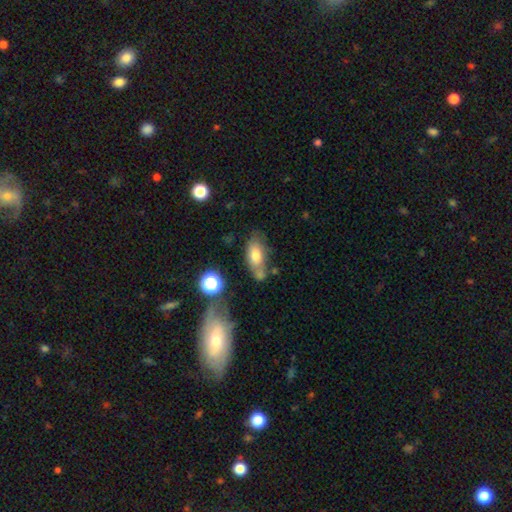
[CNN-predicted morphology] smooth 70%, featured or disk 20%, star or artifact 10%. Down the decision tree: how rounded — in between (82%); merging — none (49%).